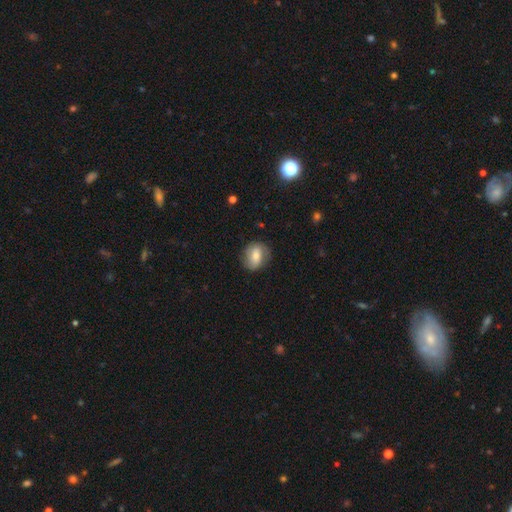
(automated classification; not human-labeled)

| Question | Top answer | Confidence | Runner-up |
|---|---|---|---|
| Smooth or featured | smooth | 64% | featured or disk (28%) |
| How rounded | round | 56% | in between (43%) |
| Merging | none | 78% | minor disturbance (16%) |